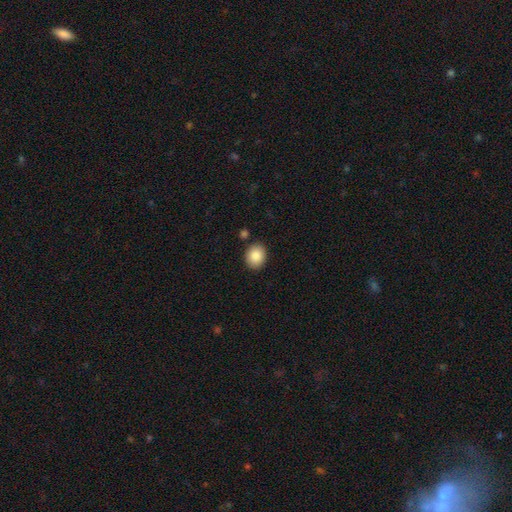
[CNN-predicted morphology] A smooth galaxy with no disk features (87%) that is round (54%).

Vote fractions:
- Smooth or featured? smooth: 87% / star or artifact: 8% / featured or disk: 5%
- How rounded? round: 54% / in between: 46% / cigar-shaped: 1%
- Merging? none: 86% / minor disturbance: 9% / merger: 3% / major disturbance: 2%